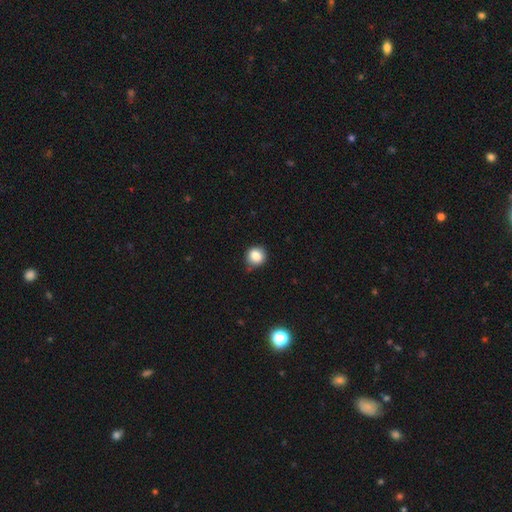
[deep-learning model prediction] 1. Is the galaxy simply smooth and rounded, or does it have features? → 84% smooth, 11% star or artifact, 6% featured or disk.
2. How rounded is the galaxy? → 85% round, 14% in between, 1% cigar-shaped.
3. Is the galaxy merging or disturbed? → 76% none, 18% minor disturbance, 3% major disturbance, 2% merger.